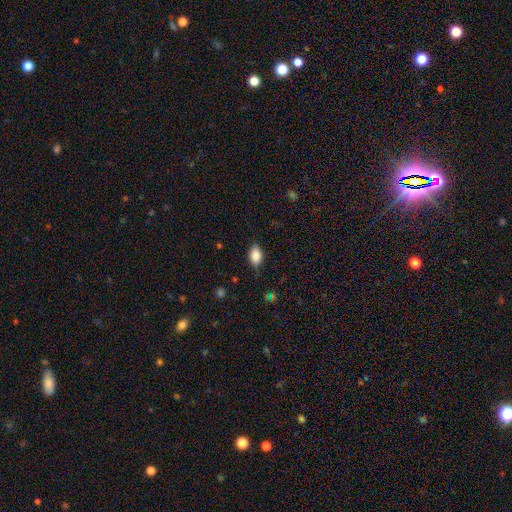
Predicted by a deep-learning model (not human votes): smooth_or_featured: smooth (p=0.82) [alt: featured or disk p=0.10]
how_rounded: in between (p=0.86) [alt: round p=0.11]
merging: none (p=0.81) [alt: minor disturbance p=0.15]